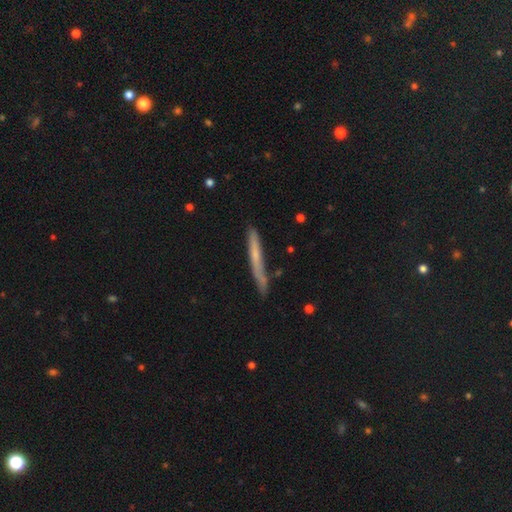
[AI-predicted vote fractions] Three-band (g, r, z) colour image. It shows a smooth galaxy with no disk features (53%) that is cigar-shaped (96%). Merging: none (74%).